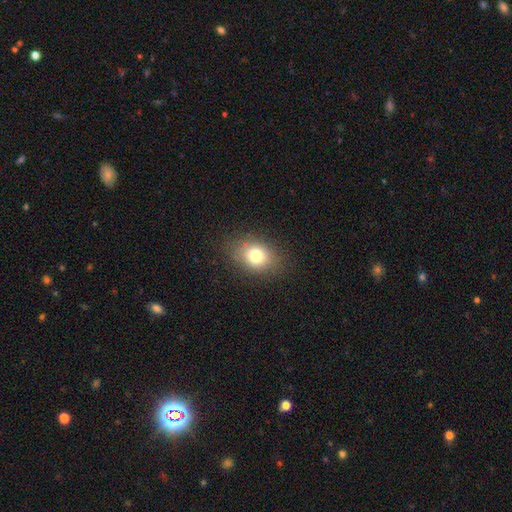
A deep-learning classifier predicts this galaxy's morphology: This is likely a smooth galaxy (77%). How rounded: possibly in between (57%). Merging: clearly none (84%).